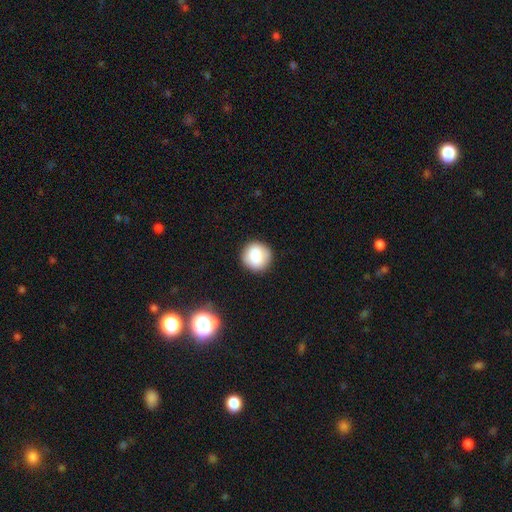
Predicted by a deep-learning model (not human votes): A smooth galaxy with no disk features (84%) that is round (93%).

Vote fractions:
- Smooth or featured? smooth: 84% / star or artifact: 9% / featured or disk: 8%
- How rounded? round: 93% / in between: 6% / cigar-shaped: 1%
- Merging? none: 89% / minor disturbance: 8% / major disturbance: 2% / merger: 1%